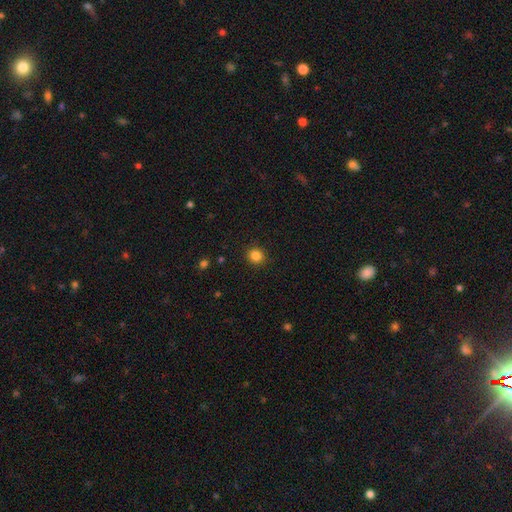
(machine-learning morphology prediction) smooth 85%, star or artifact 11%, featured or disk 4%. Down the decision tree: how rounded — round (83%); merging — none (91%).